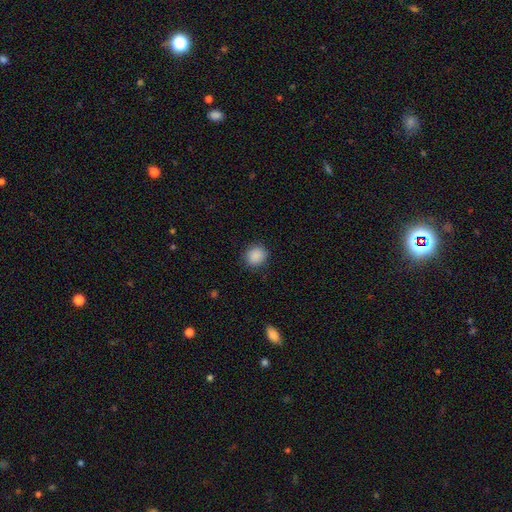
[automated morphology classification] Smooth or featured?
  - smooth: 89% *
  - star or artifact: 9%
  - featured or disk: 3%
How rounded?
  - round: 75% *
  - in between: 24%
  - cigar-shaped: 1%
Merging?
  - none: 87% *
  - minor disturbance: 9%
  - major disturbance: 3%
  - merger: 1%